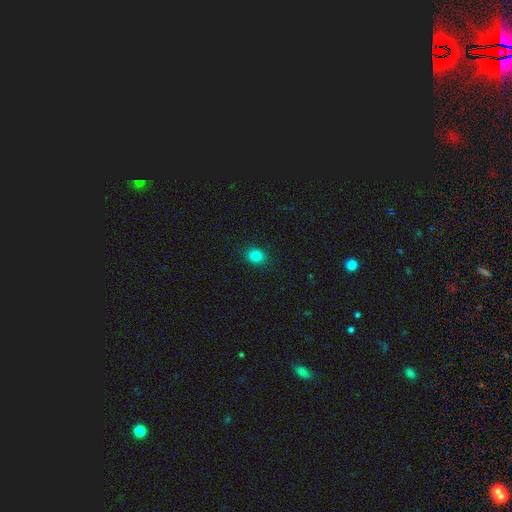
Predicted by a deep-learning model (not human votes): Morphology: type=smooth (82%); roundness=round (56%); merging=none (90%).